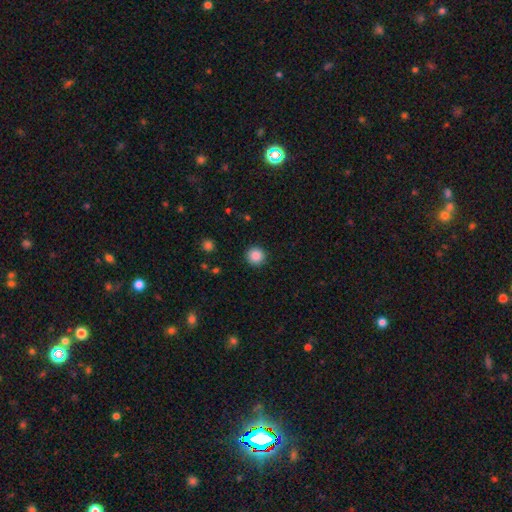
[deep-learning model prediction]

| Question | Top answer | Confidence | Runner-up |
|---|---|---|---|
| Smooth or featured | smooth | 87% | star or artifact (10%) |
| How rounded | round | 95% | in between (4%) |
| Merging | none | 92% | minor disturbance (5%) |